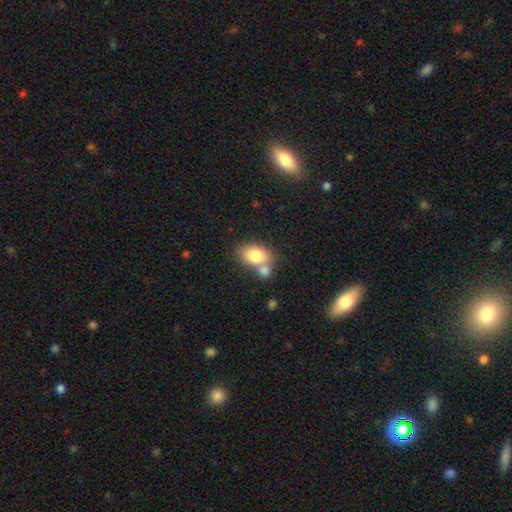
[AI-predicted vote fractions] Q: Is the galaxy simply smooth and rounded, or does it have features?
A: smooth — 80%.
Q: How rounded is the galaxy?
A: in between — 84%.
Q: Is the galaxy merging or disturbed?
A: none — 45%.